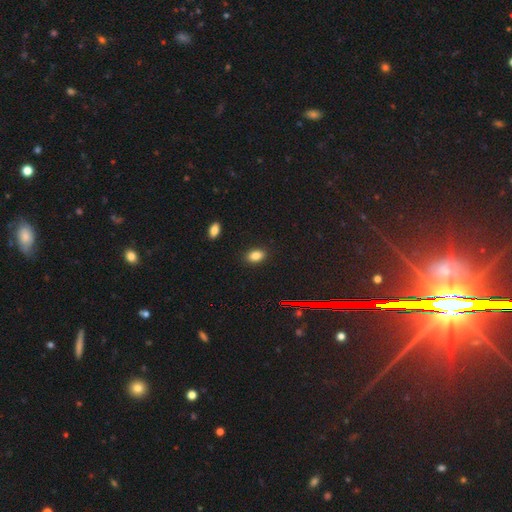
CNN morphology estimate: This appears to be a smooth galaxy with no disk features (83%) that is in between round and cigar-shaped (81%). Merging: none (89%).